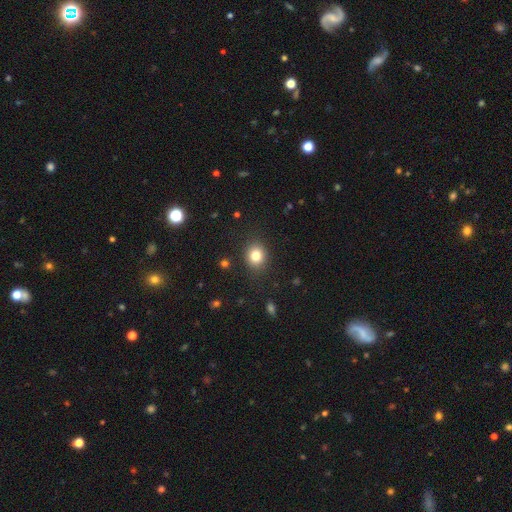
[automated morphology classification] This appears to be a smooth galaxy with no disk features (82%) that is round (70%). Merging: none (87%).